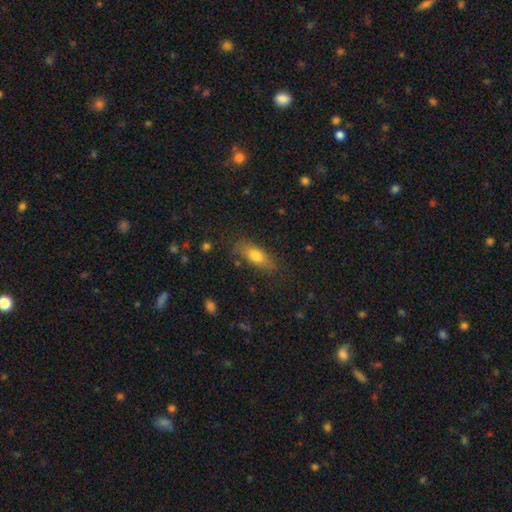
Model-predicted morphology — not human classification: type=smooth (73%); roundness=in between (71%); merging=none (77%).